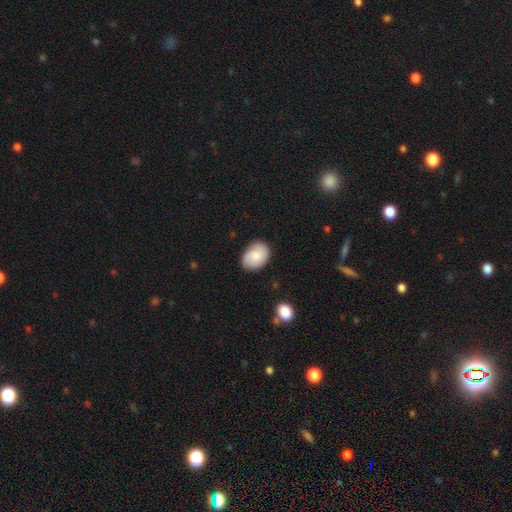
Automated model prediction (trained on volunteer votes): Smooth or featured: smooth — 75% (featured or disk — 18%)
How rounded: in between — 77% (round — 22%)
Merging: none — 78% (minor disturbance — 17%)